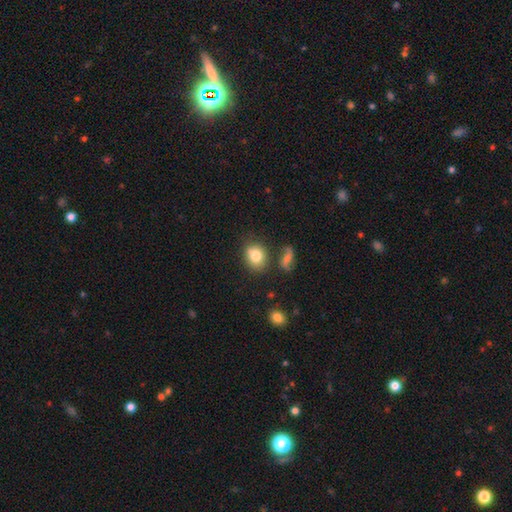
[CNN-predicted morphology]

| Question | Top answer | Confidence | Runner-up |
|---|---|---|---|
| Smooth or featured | smooth | 80% | featured or disk (10%) |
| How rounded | round | 50% | in between (49%) |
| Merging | none | 68% | minor disturbance (17%) |